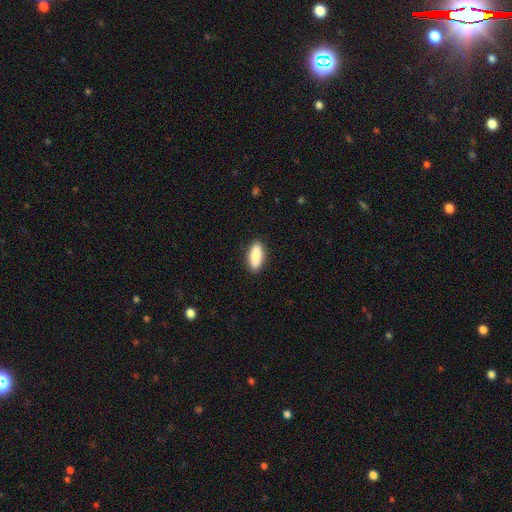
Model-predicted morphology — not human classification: smooth_or_featured: smooth (p=0.87) [alt: featured or disk p=0.07]
how_rounded: in between (p=0.72) [alt: cigar-shaped p=0.26]
merging: none (p=0.89) [alt: minor disturbance p=0.08]